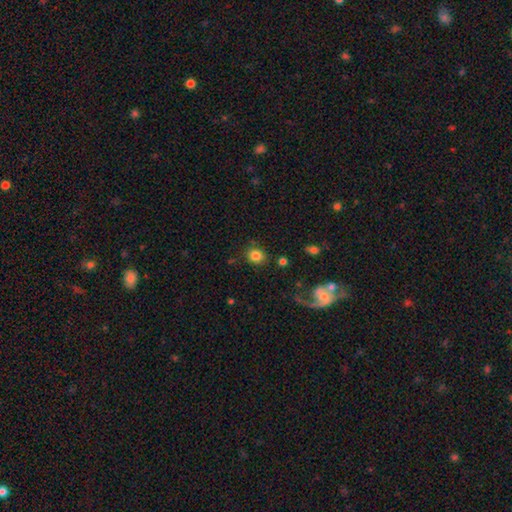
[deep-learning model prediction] smooth 81%, star or artifact 10%, featured or disk 8%. Down the decision tree: how rounded — round (73%); merging — none (82%).